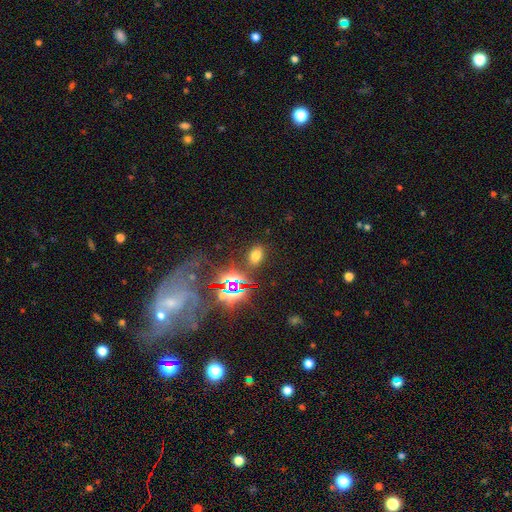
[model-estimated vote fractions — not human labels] smooth 59%, star or artifact 32%, featured or disk 8%. Down the decision tree: how rounded — in between (83%); merging — none (85%).